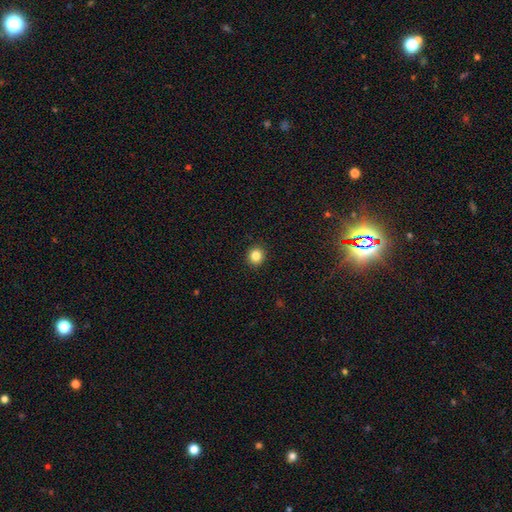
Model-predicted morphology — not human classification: smooth_or_featured: smooth (p=0.85) [alt: star or artifact p=0.11]
how_rounded: round (p=0.91) [alt: in between p=0.08]
merging: none (p=0.93) [alt: minor disturbance p=0.05]